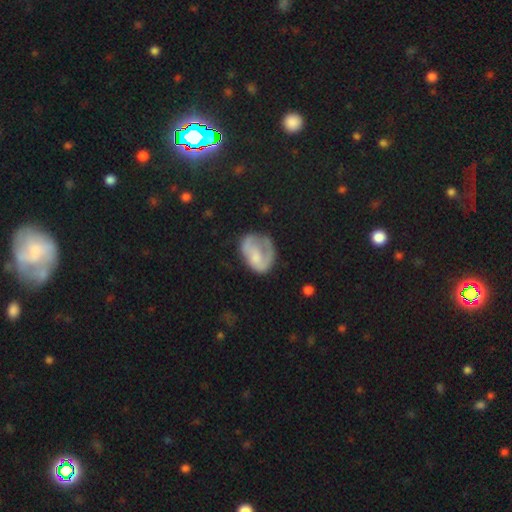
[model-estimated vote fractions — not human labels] smooth-or-featured: featured or disk: 46% (tied) | smooth: 46% (tied) | star or artifact: 8%
  merging: none: 41% | major disturbance: 28% | minor disturbance: 28% | merger: 3%